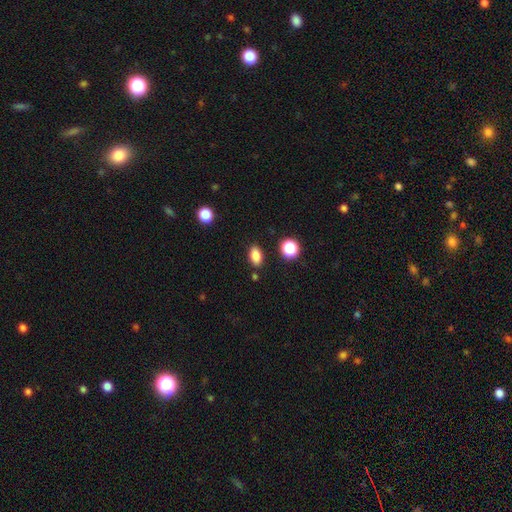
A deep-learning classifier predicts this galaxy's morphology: This is clearly a smooth galaxy (84%). How rounded: clearly in between (84%). Merging: clearly none (85%).